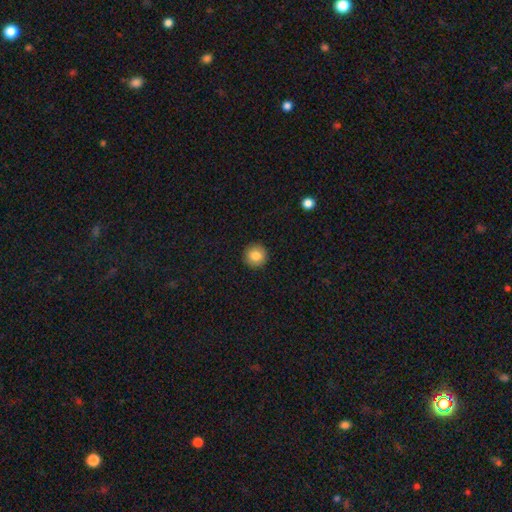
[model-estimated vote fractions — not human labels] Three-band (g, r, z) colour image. It shows a smooth galaxy with no disk features (83%) that is round (95%). Merging: none (93%).